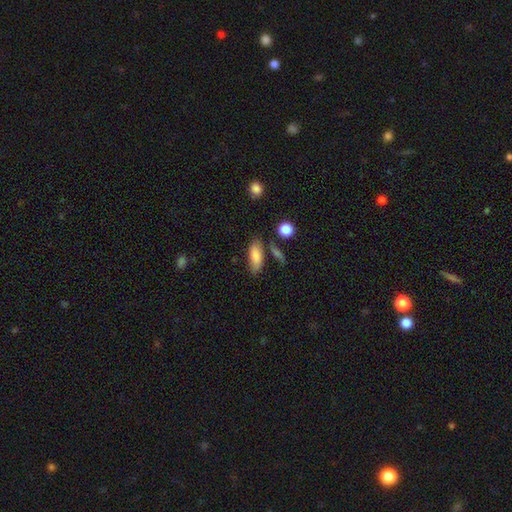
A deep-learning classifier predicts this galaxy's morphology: smooth-or-featured: smooth: 80% | featured or disk: 12% | star or artifact: 7%
  how-rounded: in between: 79% | cigar-shaped: 18% | round: 3%
  merging: none: 67% | minor disturbance: 19% | merger: 9% | major disturbance: 6%